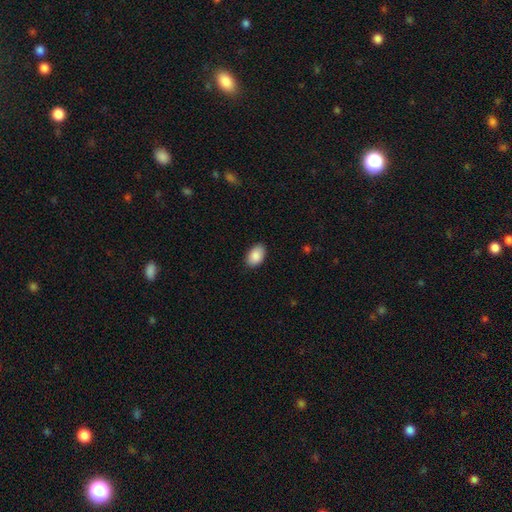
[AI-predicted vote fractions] Morphology: type=smooth (90%); roundness=in between (91%); merging=none (87%).